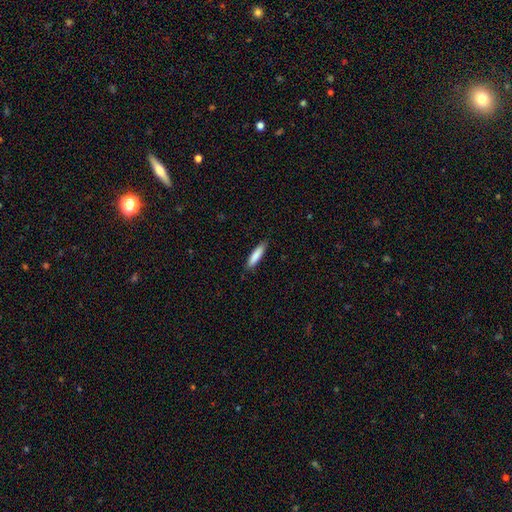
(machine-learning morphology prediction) A smooth galaxy with no disk features (85%) that is cigar-shaped (79%).

Vote fractions:
- Smooth or featured? smooth: 85% / featured or disk: 9% / star or artifact: 6%
- How rounded? cigar-shaped: 79% / in between: 20% / round: 1%
- Merging? none: 86% / minor disturbance: 11% / major disturbance: 2% / merger: 1%